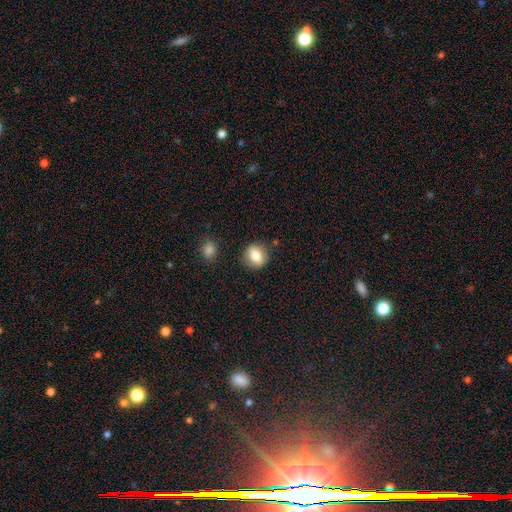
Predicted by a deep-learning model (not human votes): smooth 76%, featured or disk 15%, star or artifact 8%. Down the decision tree: how rounded — round (58%); merging — none (83%).